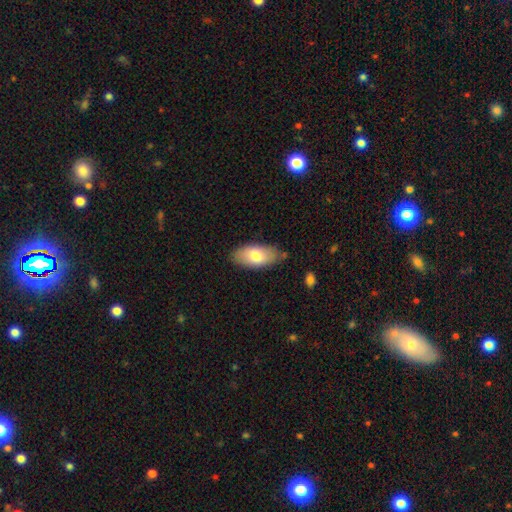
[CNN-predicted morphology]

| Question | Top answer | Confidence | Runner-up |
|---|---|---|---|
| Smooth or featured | smooth | 75% | featured or disk (19%) |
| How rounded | in between | 92% | cigar-shaped (5%) |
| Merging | none | 78% | minor disturbance (16%) |